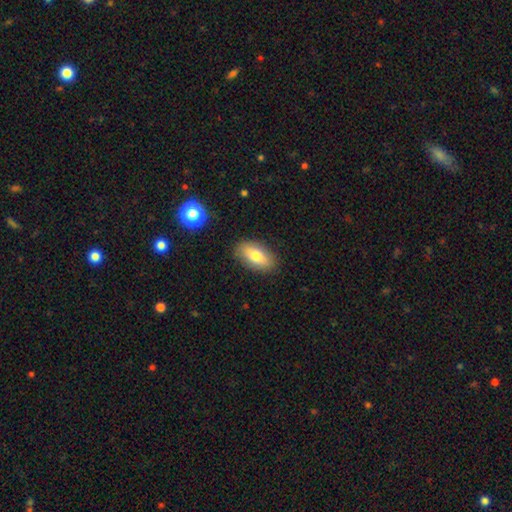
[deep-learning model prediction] smooth 73%, featured or disk 19%, star or artifact 8%. Down the decision tree: how rounded — in between (89%); merging — none (87%).